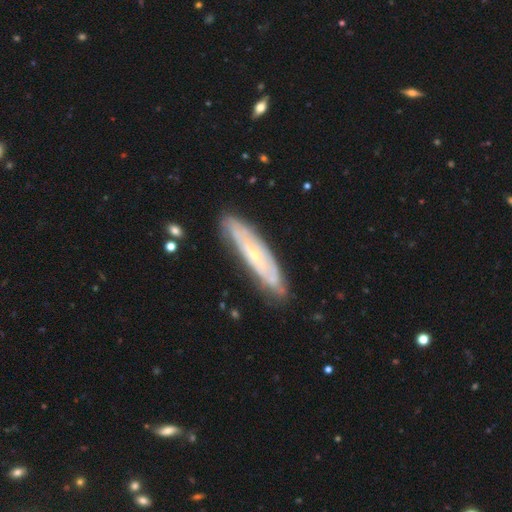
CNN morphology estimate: Smooth or featured? featured or disk (69%)
Edge-on disk? no (64%)
Merging? none (81%)